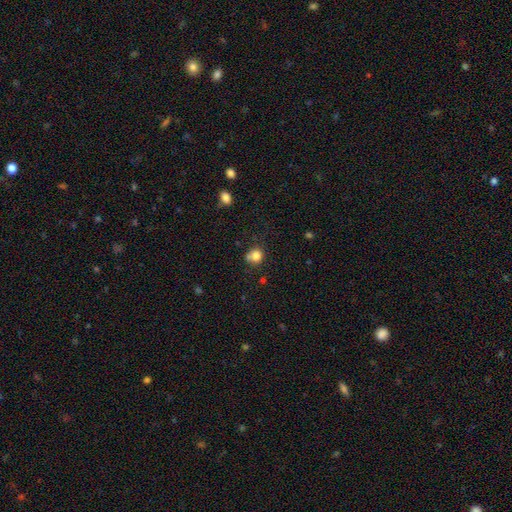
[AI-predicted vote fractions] The model was most divided on "merging": none: 58%, minor disturbance: 21%, merger: 15%, major disturbance: 7%. More confident: how rounded — round (81%); smooth or featured — smooth (81%).